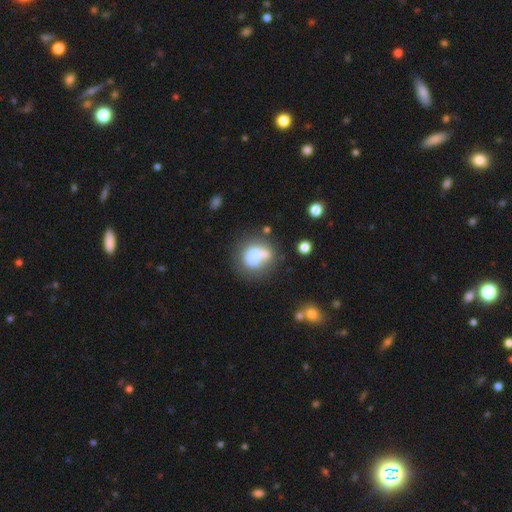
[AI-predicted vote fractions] Morphology: type=smooth (61%); roundness=round (61%); merging=none (34%).